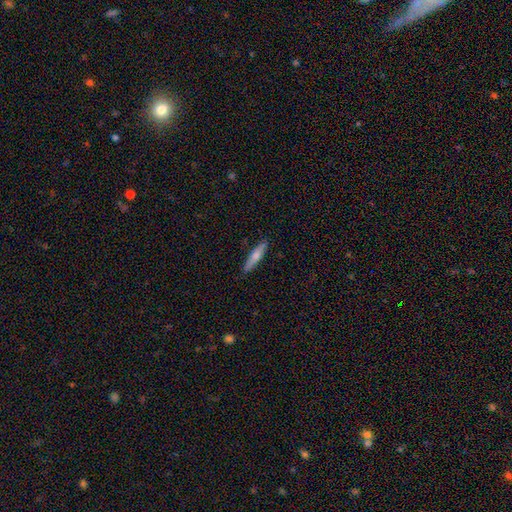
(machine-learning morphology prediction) A smooth galaxy with no disk features (63%) that is cigar-shaped (87%).

Vote fractions:
- Smooth or featured? smooth: 63% / featured or disk: 31% / star or artifact: 6%
- How rounded? cigar-shaped: 87% / in between: 12% / round: 2%
- Merging? none: 89% / minor disturbance: 8% / major disturbance: 2% / merger: 1%